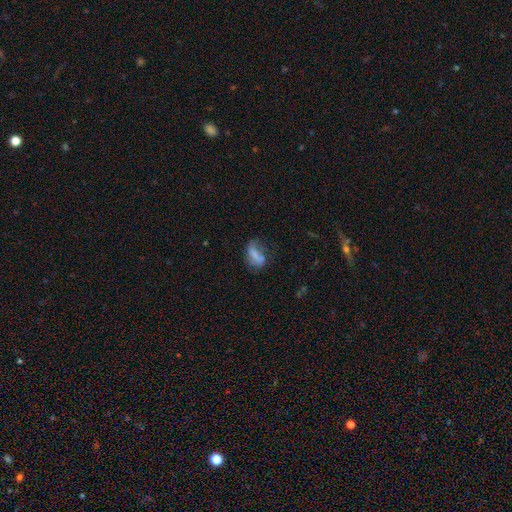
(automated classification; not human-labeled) The model was most divided on "merging": none: 38%, minor disturbance: 29%, major disturbance: 27%, merger: 6%. More confident: how rounded — in between (80%); smooth or featured — smooth (60%).